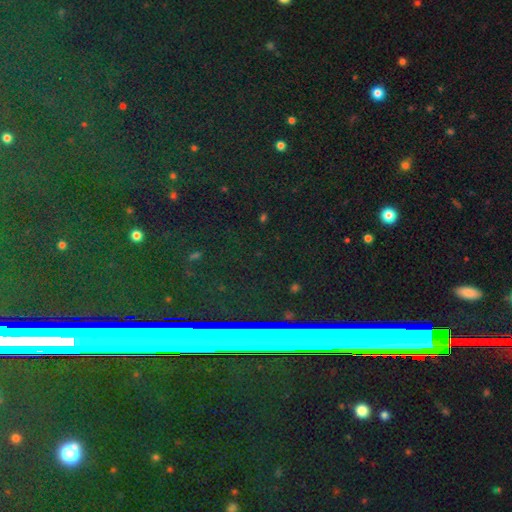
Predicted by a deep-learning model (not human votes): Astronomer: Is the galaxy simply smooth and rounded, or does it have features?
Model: star or artifact — 78%.